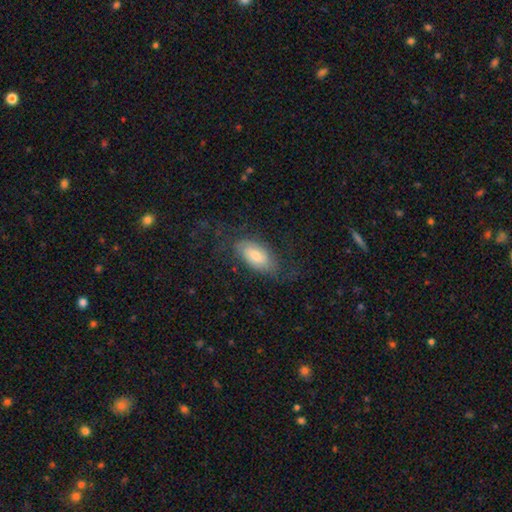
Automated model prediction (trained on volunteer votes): Overall: smooth (55%; featured or disk 37%). How rounded: in between (92%). Merging: none (58%; minor disturbance 21%).